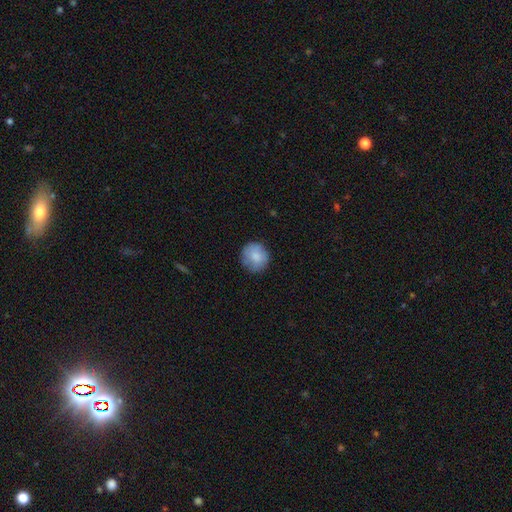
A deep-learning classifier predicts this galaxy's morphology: Smooth or featured: smooth — 80% (featured or disk — 14%)
How rounded: round — 89% (in between — 10%)
Merging: none — 79% (minor disturbance — 16%)